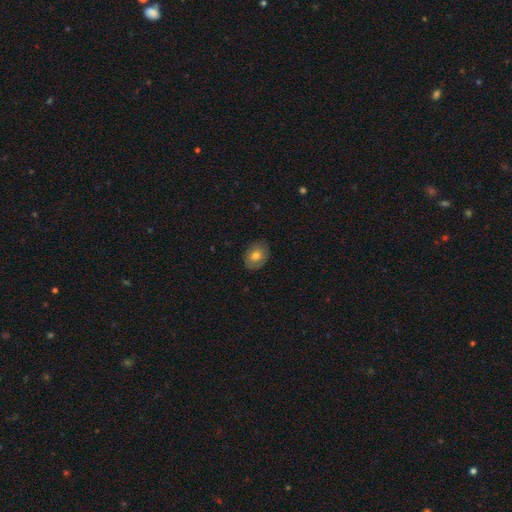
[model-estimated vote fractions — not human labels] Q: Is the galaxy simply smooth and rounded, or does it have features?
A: smooth — 73%.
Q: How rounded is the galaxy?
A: in between — 62%.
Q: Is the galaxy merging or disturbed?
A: none — 85%.